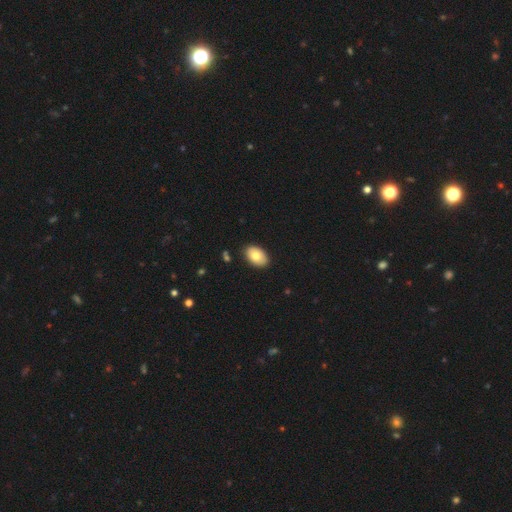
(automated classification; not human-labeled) Smooth or featured: smooth — 80% (featured or disk — 13%)
How rounded: in between — 90% (round — 9%)
Merging: none — 88% (minor disturbance — 9%)